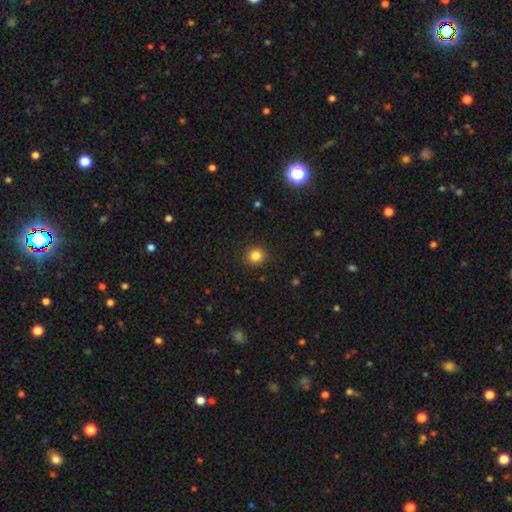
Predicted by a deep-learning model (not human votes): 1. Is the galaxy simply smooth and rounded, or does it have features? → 84% smooth, 12% star or artifact, 5% featured or disk.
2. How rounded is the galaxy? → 90% round, 9% in between, 1% cigar-shaped.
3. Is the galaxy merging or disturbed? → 91% none, 6% minor disturbance, 2% major disturbance, 1% merger.